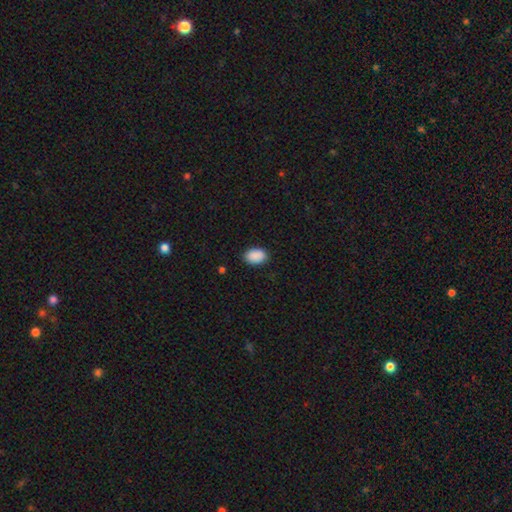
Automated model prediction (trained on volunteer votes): Smooth or featured? Predicted: smooth (p=0.91). How rounded? Predicted: in between (p=0.85). Merging? Predicted: none (p=0.88).